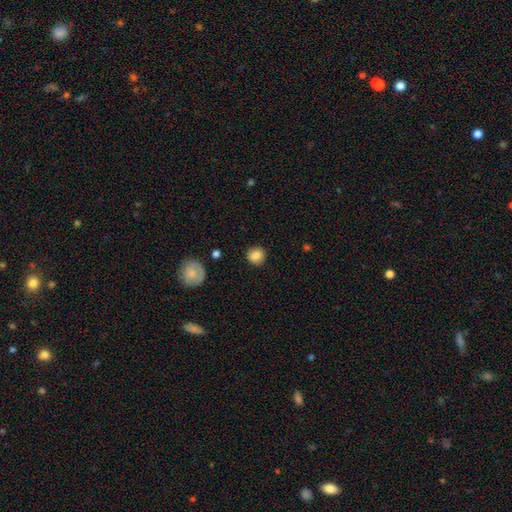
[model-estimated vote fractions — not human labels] A smooth galaxy with no disk features (84%) that is round (83%).

Vote fractions:
- Smooth or featured? smooth: 84% / star or artifact: 8% / featured or disk: 8%
- How rounded? round: 83% / in between: 15% / cigar-shaped: 1%
- Merging? none: 88% / minor disturbance: 8% / major disturbance: 2% / merger: 1%